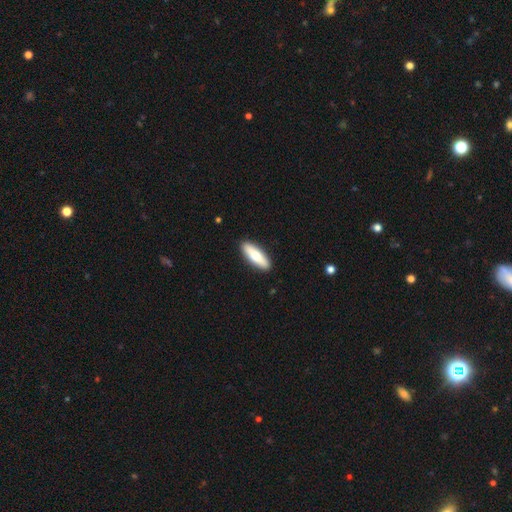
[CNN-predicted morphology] A smooth galaxy with no disk features (67%) that is in between round and cigar-shaped (50%). Merging: none (91%).